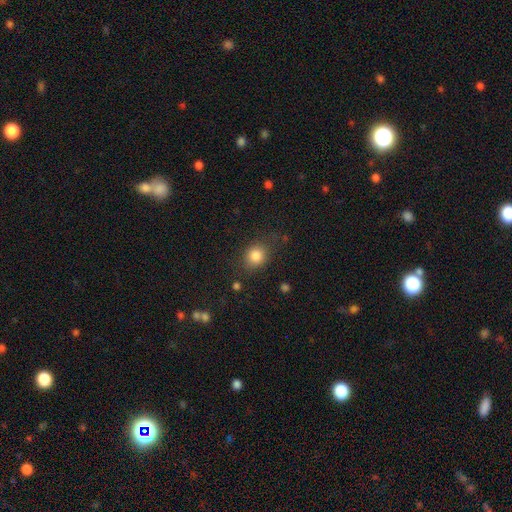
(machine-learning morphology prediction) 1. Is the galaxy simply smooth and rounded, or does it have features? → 84% smooth, 10% star or artifact, 6% featured or disk.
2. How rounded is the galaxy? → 65% round, 34% in between, 1% cigar-shaped.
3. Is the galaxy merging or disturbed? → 76% none, 16% minor disturbance, 6% major disturbance, 2% merger.